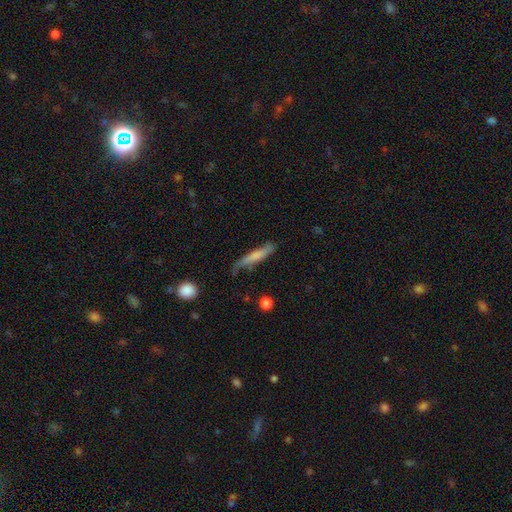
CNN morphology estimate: Overall: smooth (65%; featured or disk 29%). How rounded: cigar-shaped (90%). Merging: none (61%; minor disturbance 28%).